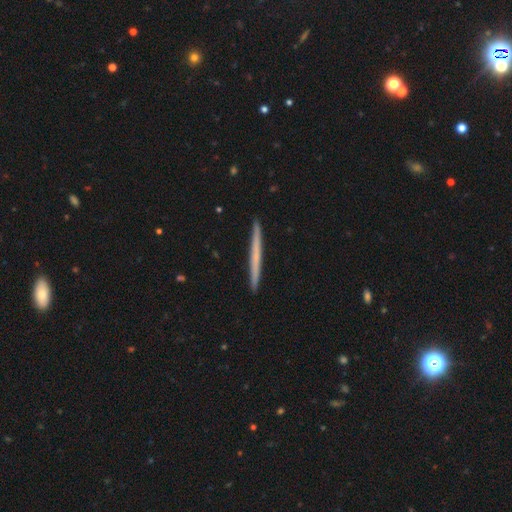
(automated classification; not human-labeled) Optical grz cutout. It shows a smooth galaxy with no disk features (49%). Merging: none (93%).